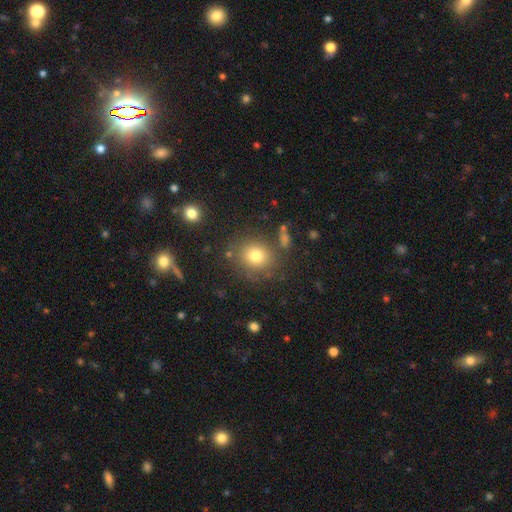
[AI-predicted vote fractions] A smooth galaxy with no disk features (78%) that is round (77%).

Vote fractions:
- Smooth or featured? smooth: 78% / star or artifact: 13% / featured or disk: 10%
- How rounded? round: 77% / in between: 22% / cigar-shaped: 1%
- Merging? none: 79% / minor disturbance: 11% / merger: 5% / major disturbance: 5%